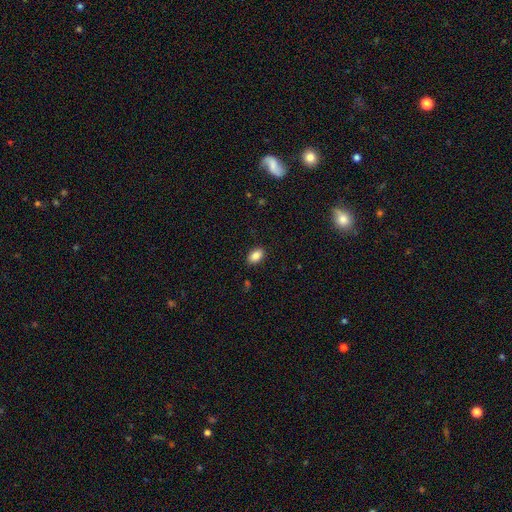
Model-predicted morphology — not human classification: Smooth or featured? Predicted: smooth (p=0.87). How rounded? Predicted: in between (p=0.88). Merging? Predicted: none (p=0.89).